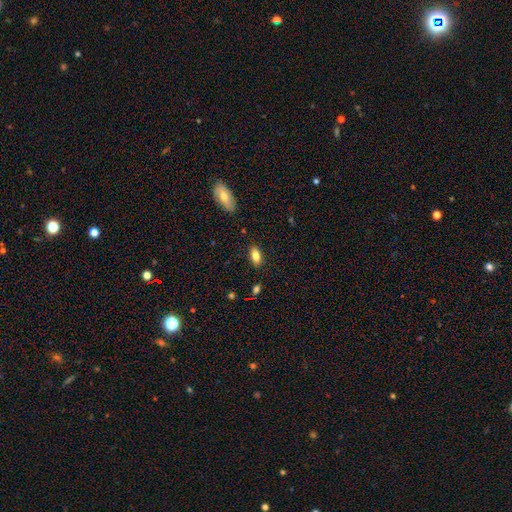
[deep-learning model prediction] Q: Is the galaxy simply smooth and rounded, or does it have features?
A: smooth — 81%.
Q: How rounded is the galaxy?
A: in between — 89%.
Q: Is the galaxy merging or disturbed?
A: none — 86%.